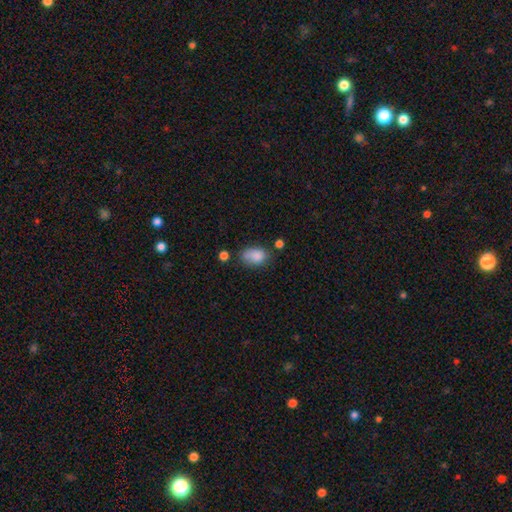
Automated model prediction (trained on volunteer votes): Smooth or featured? Predicted: smooth (p=0.83). How rounded? Predicted: in between (p=0.83). Merging? Predicted: none (p=0.51).